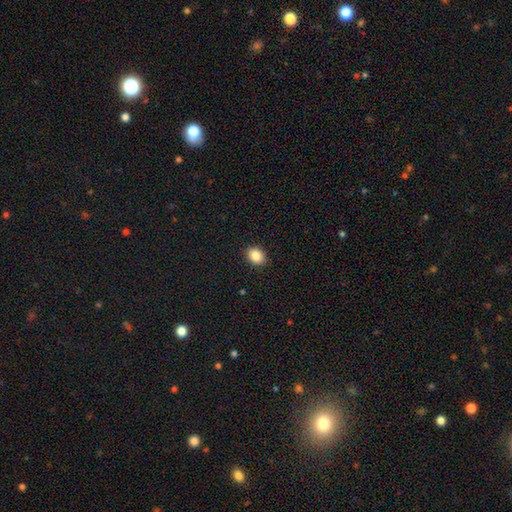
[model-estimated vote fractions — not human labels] Smooth or featured? Predicted: smooth (p=0.87). How rounded? Predicted: in between (p=0.64). Merging? Predicted: none (p=0.90).